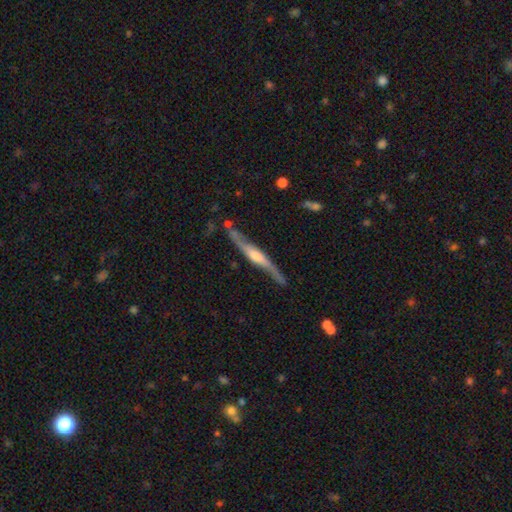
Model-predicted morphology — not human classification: Smooth or featured?
  - featured or disk: 83% *
  - smooth: 12%
  - star or artifact: 5%
Edge-on disk?
  - yes: 85% *
  - no: 15%
Edge-on bulge?
  - rounded: 68% *
  - boxy: 19%
  - none: 13%
Merging?
  - none: 73% *
  - minor disturbance: 18%
  - major disturbance: 5%
  - merger: 3%